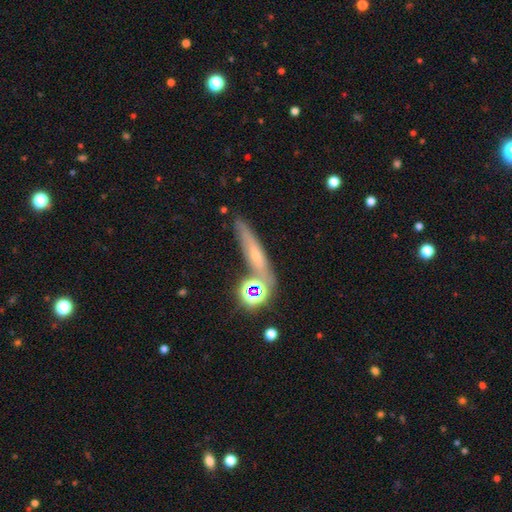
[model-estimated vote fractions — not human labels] A featured or disk galaxy (39%). Merging: none (64%).